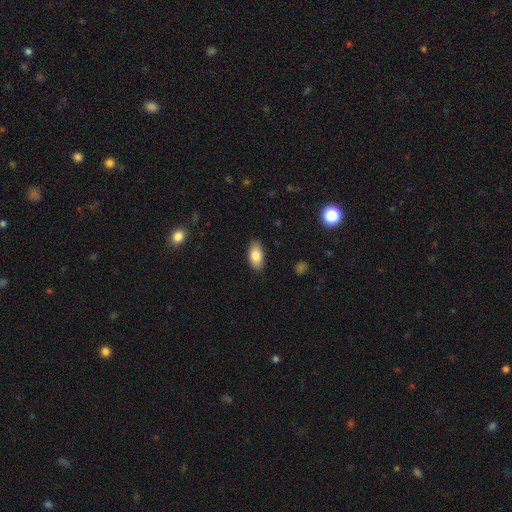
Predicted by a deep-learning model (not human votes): A smooth galaxy with no disk features (84%) that is in between round and cigar-shaped (92%).

Vote fractions:
- Smooth or featured? smooth: 84% / featured or disk: 9% / star or artifact: 7%
- How rounded? in between: 92% / cigar-shaped: 5% / round: 3%
- Merging? none: 87% / minor disturbance: 10% / major disturbance: 2% / merger: 1%